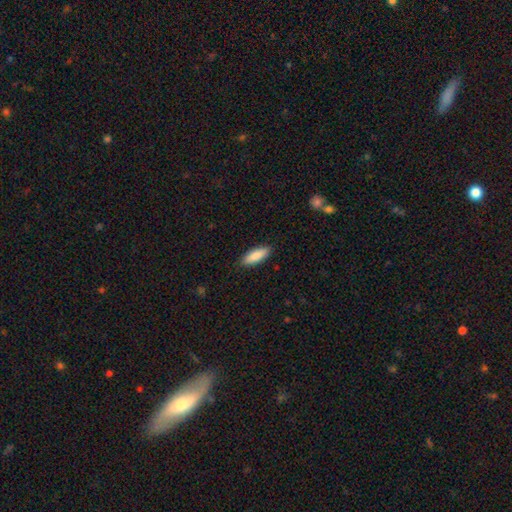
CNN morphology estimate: A smooth galaxy with no disk features (88%) that is in between round and cigar-shaped (59%). Merging: none (89%).